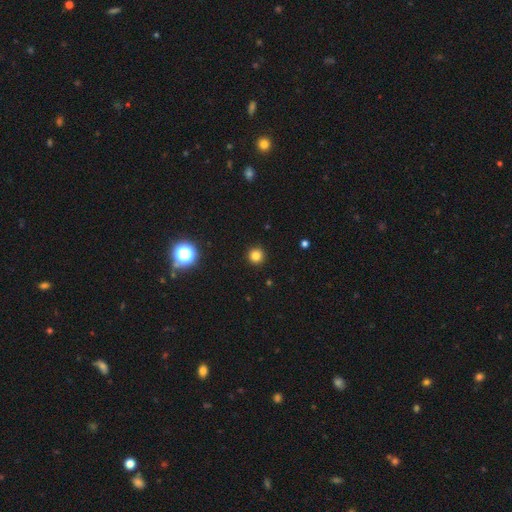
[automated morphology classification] smooth-or-featured: smooth: 80% | star or artifact: 15% | featured or disk: 5%
  how-rounded: round: 96% | in between: 3% | cigar-shaped: 1%
  merging: none: 93% | minor disturbance: 4% | major disturbance: 2% | merger: 1%